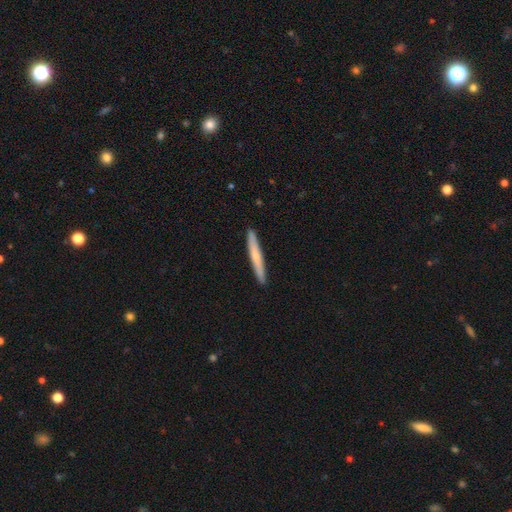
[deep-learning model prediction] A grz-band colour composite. It shows a smooth galaxy with no disk features (61%) that is cigar-shaped (97%). Merging: none (93%).